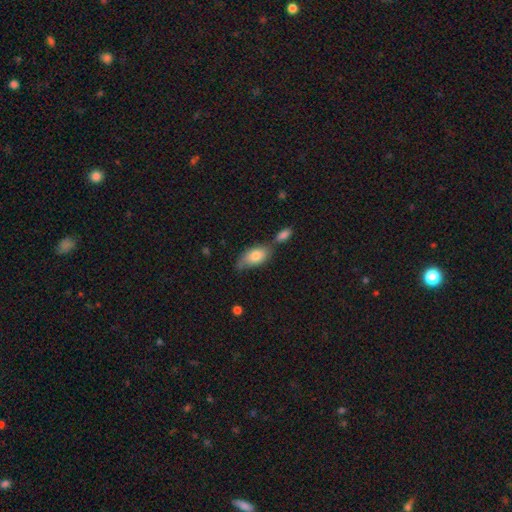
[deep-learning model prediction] smooth-or-featured: smooth: 78% | featured or disk: 16% | star or artifact: 6%
  how-rounded: in between: 90% | cigar-shaped: 5% | round: 4%
  merging: none: 44% | merger: 27% | minor disturbance: 22% | major disturbance: 7%